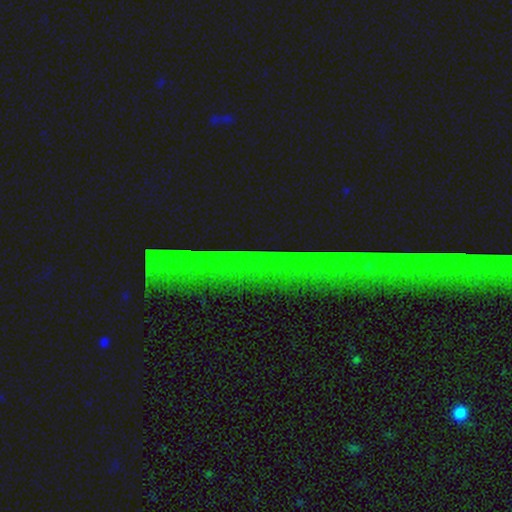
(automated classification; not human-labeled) Smooth or featured? star or artifact (82%)